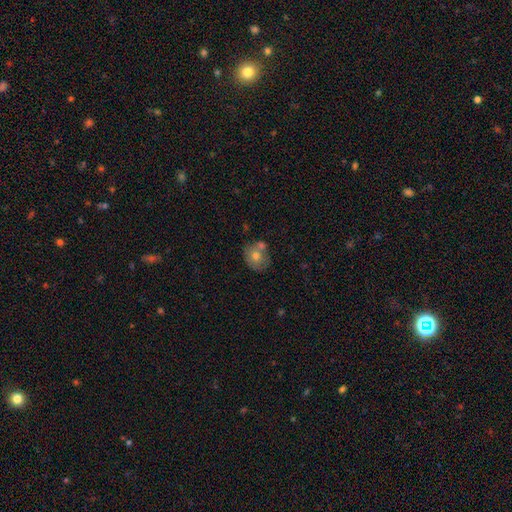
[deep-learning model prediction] A smooth galaxy with no disk features (67%) that is round (68%).

Vote fractions:
- Smooth or featured? smooth: 67% / featured or disk: 24% / star or artifact: 9%
- How rounded? round: 68% / in between: 31% / cigar-shaped: 1%
- Merging? none: 50% / merger: 30% / minor disturbance: 16% / major disturbance: 5%